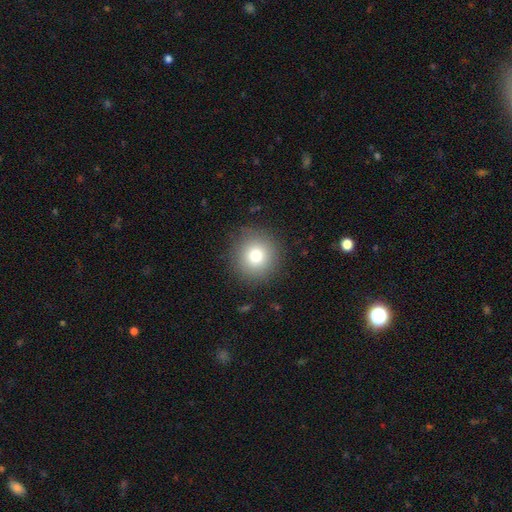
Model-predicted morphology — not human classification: The model was most divided on "smooth or featured": smooth: 77%, star or artifact: 13%, featured or disk: 10%. More confident: how rounded — round (92%); merging — none (88%).